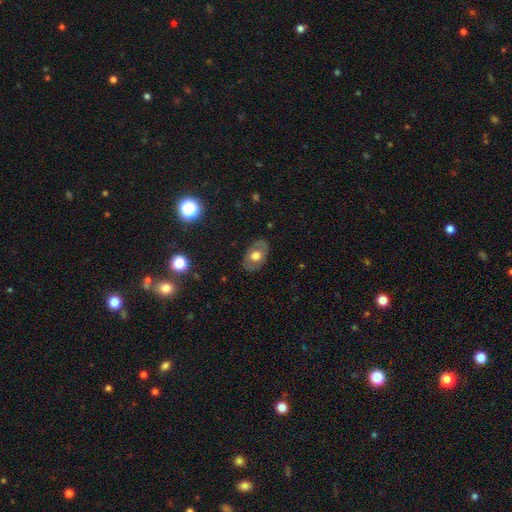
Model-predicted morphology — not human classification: A smooth galaxy with no disk features (54%) that is in between round and cigar-shaped (82%).

Vote fractions:
- Smooth or featured? smooth: 54% / featured or disk: 38% / star or artifact: 8%
- How rounded? in between: 82% / round: 17% / cigar-shaped: 1%
- Merging? none: 82% / minor disturbance: 13% / major disturbance: 4% / merger: 1%